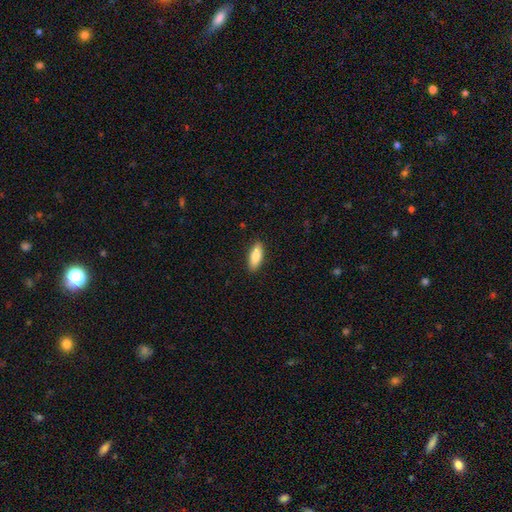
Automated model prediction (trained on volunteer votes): Morphology: type=smooth (81%); roundness=in between (65%); merging=none (89%).